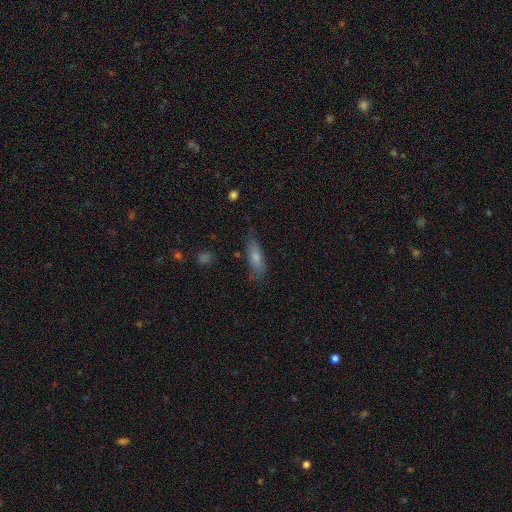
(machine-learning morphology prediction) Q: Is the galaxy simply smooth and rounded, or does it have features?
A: smooth — 62%.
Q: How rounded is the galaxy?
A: cigar-shaped — 61%.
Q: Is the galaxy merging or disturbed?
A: none — 75%.